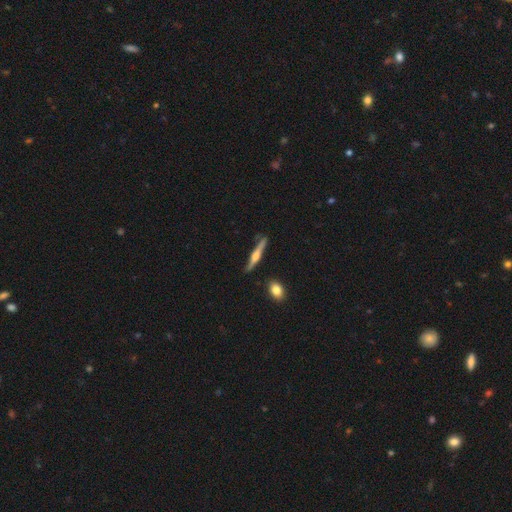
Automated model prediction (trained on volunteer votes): Smooth or featured?
  - featured or disk: 60% *
  - smooth: 34%
  - star or artifact: 6%
Edge-on disk?
  - yes: 96% *
  - no: 4%
Edge-on bulge?
  - rounded: 72% *
  - boxy: 16%
  - none: 12%
Merging?
  - none: 80% *
  - minor disturbance: 14%
  - major disturbance: 3%
  - merger: 3%